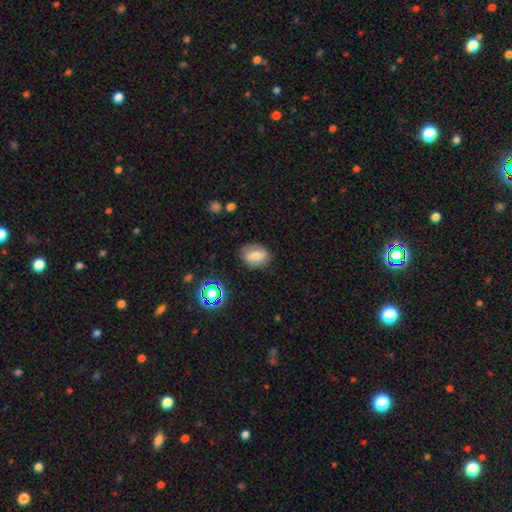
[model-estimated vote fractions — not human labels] This appears to be a smooth galaxy with no disk features (58%) that is in between round and cigar-shaped (66%). Merging: none (79%).